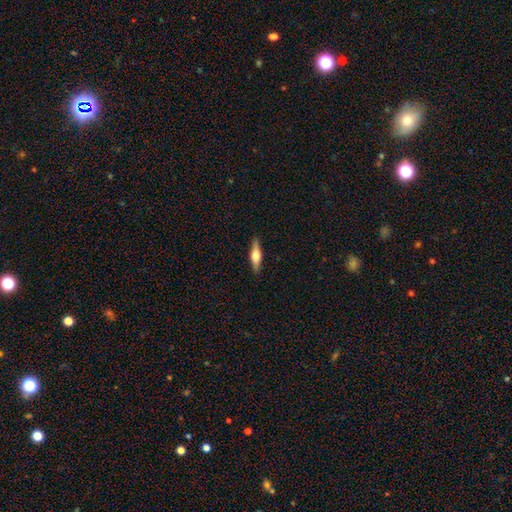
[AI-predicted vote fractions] Q: Smooth or featured?
A: featured or disk (51%); runner-up: smooth (43%)
Q: Edge-on disk?
A: yes (96%); runner-up: no (4%)
Q: Merging?
A: none (89%); runner-up: minor disturbance (8%)